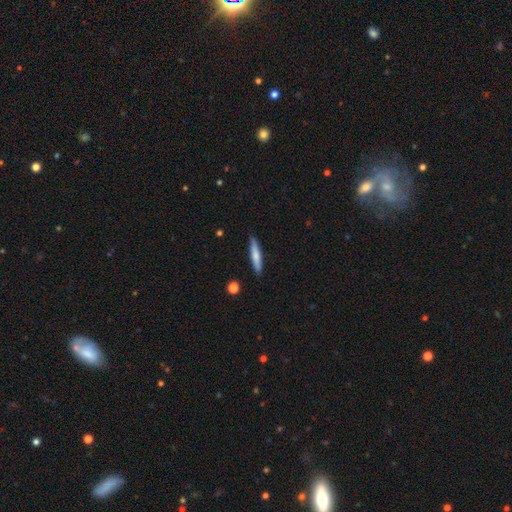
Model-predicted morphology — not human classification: smooth_or_featured: smooth (p=0.67) [alt: featured or disk p=0.27]
how_rounded: cigar-shaped (p=0.90) [alt: in between p=0.09]
merging: none (p=0.88) [alt: minor disturbance p=0.09]